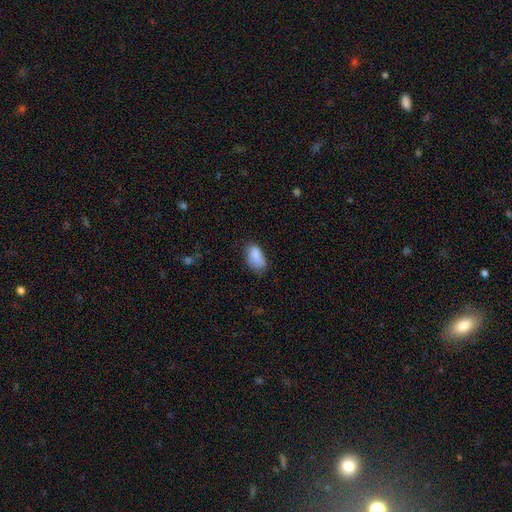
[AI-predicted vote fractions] Smooth or featured?
  - smooth: 83% *
  - featured or disk: 9%
  - star or artifact: 8%
How rounded?
  - in between: 92% *
  - round: 5%
  - cigar-shaped: 3%
Merging?
  - none: 51% *
  - minor disturbance: 34%
  - major disturbance: 12%
  - merger: 3%